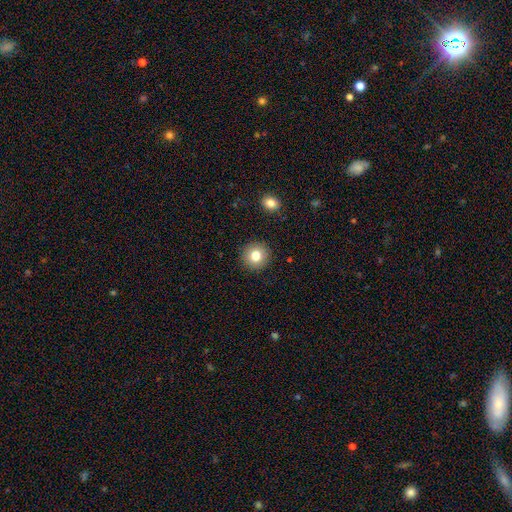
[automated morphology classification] This appears to be a smooth galaxy with no disk features (79%) that is round (94%). Merging: none (91%).